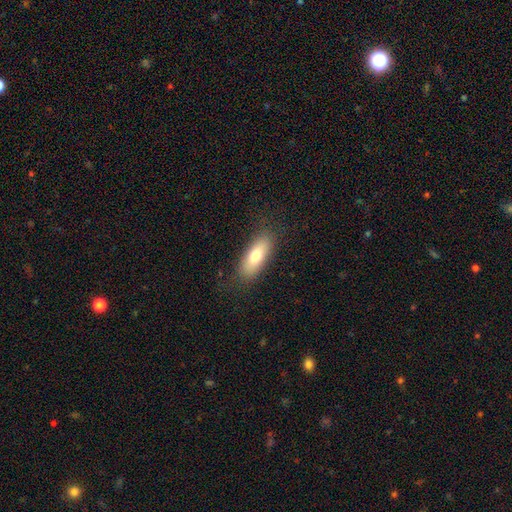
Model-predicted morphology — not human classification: This is likely a smooth galaxy (75%). How rounded: likely in between (72%). Merging: clearly none (83%).